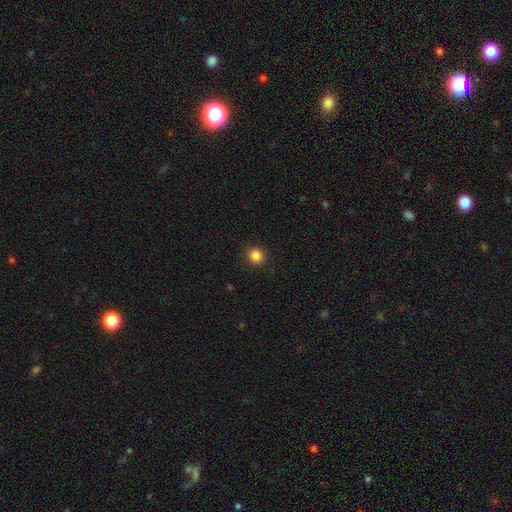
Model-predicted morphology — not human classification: Overall: smooth (86%). How rounded: round (88%). Merging: none (91%).